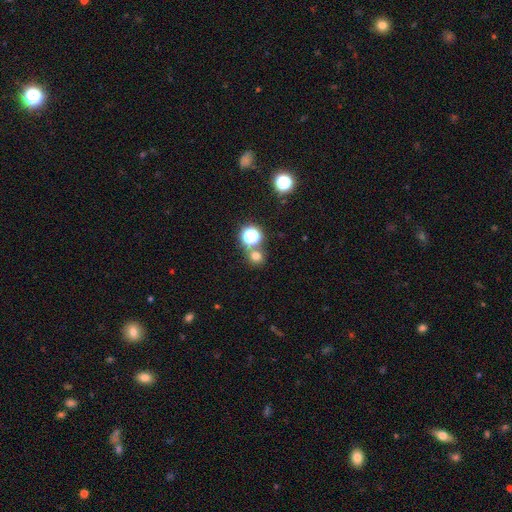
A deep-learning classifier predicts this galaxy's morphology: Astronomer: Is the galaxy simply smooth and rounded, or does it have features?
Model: smooth — 68%.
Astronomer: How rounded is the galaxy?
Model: round — 85%.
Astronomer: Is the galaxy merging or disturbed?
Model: none — 71%.